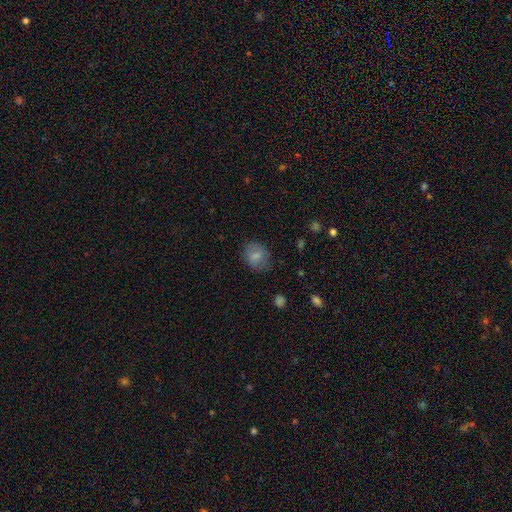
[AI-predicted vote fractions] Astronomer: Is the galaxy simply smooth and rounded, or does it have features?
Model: smooth — 80%.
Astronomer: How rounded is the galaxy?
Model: round — 53% (runner-up: in between, 46%).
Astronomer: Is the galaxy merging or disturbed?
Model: none — 77%.